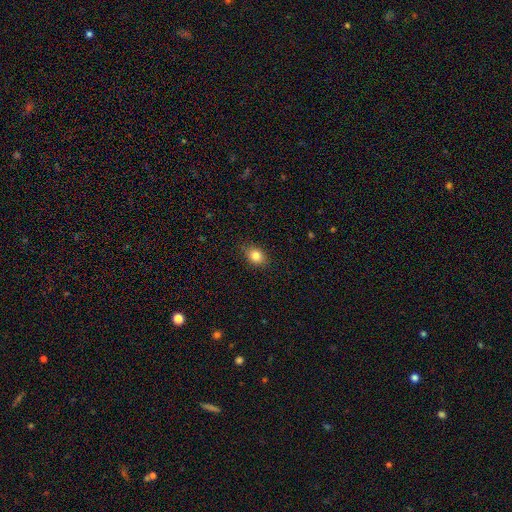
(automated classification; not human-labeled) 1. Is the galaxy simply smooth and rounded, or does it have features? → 82% smooth, 10% star or artifact, 8% featured or disk.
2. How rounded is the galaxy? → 69% in between, 29% round, 2% cigar-shaped.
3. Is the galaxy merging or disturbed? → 83% none, 14% minor disturbance, 3% major disturbance, 1% merger.